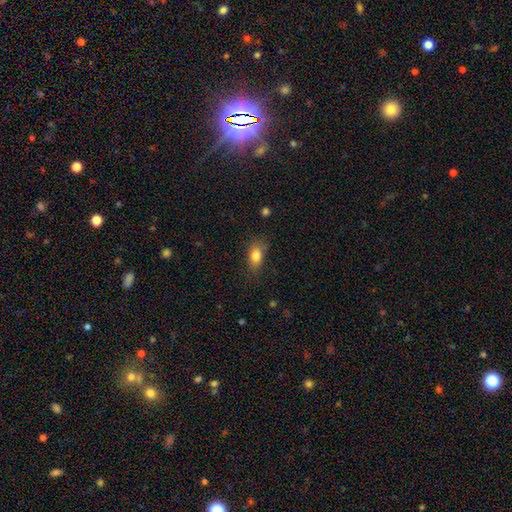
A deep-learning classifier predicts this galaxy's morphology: smooth_or_featured: smooth (p=0.82) [alt: star or artifact p=0.09]
how_rounded: in between (p=0.83) [alt: round p=0.12]
merging: none (p=0.73) [alt: minor disturbance p=0.20]